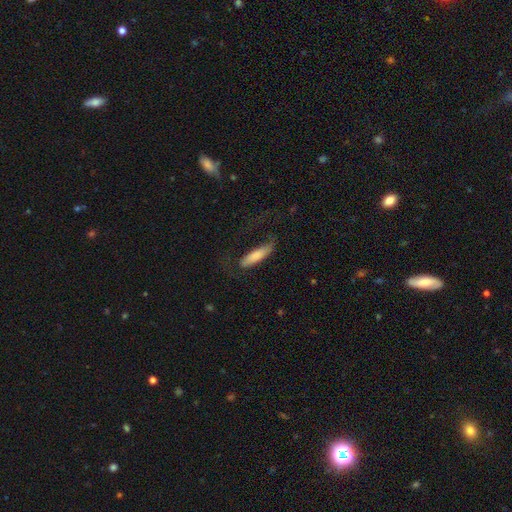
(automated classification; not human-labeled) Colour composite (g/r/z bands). It shows a smooth galaxy with no disk features (77%) that is cigar-shaped (68%). Merging: none (56%).